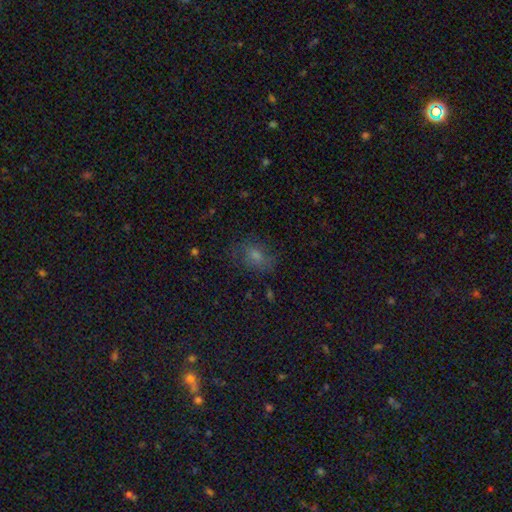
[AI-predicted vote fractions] smooth_or_featured: smooth (p=0.66) [alt: featured or disk p=0.18]
how_rounded: in between (p=0.67) [alt: round p=0.31]
merging: none (p=0.63) [alt: minor disturbance p=0.21]